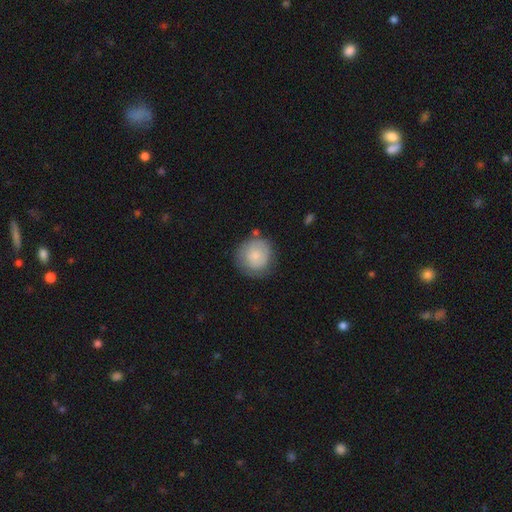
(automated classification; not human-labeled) Overall: smooth (72%). How rounded: round (89%). Merging: none (68%).